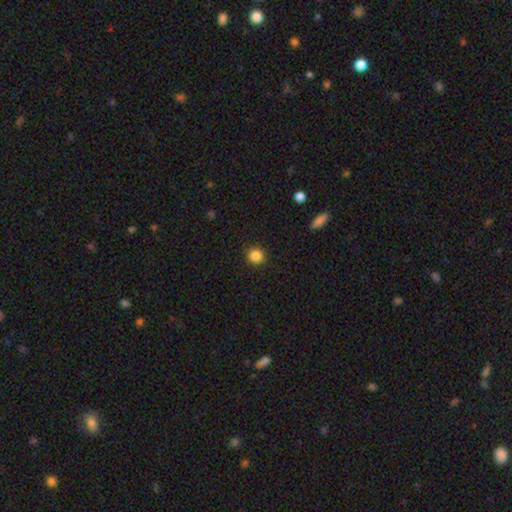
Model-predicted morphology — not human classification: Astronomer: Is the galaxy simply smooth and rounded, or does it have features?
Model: smooth — 86%.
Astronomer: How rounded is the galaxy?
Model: round — 91%.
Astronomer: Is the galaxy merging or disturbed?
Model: none — 91%.